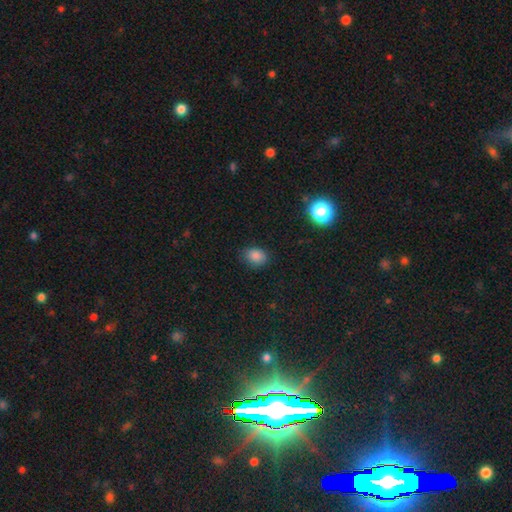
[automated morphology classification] A smooth galaxy with no disk features (83%) that is in between round and cigar-shaped (58%).

Vote fractions:
- Smooth or featured? smooth: 83% / star or artifact: 12% / featured or disk: 4%
- How rounded? in between: 58% / round: 41% / cigar-shaped: 1%
- Merging? none: 78% / minor disturbance: 17% / major disturbance: 4% / merger: 1%